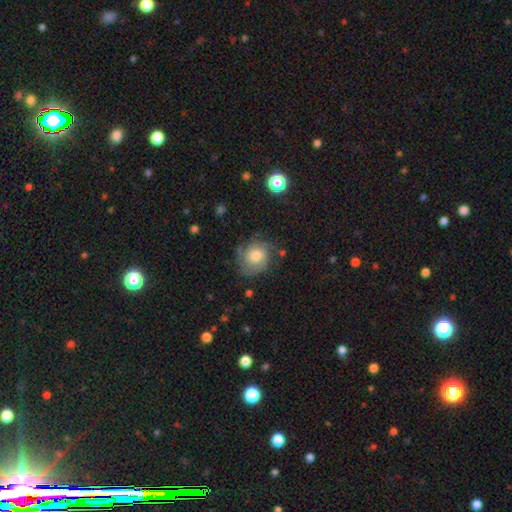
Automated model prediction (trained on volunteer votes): This is possibly a smooth galaxy (50%). Merging: likely none (64%).